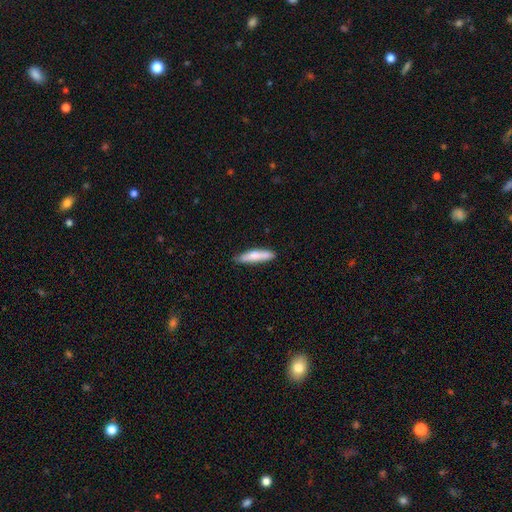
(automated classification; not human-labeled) smooth 77%, featured or disk 18%, star or artifact 6%. Down the decision tree: how rounded — cigar-shaped (82%); merging — none (81%).